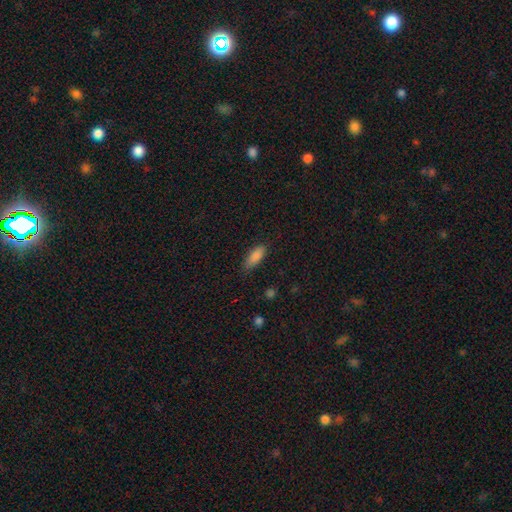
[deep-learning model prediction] Q: Smooth or featured?
A: smooth (86%); runner-up: star or artifact (8%)
Q: How rounded?
A: in between (71%); runner-up: cigar-shaped (27%)
Q: Merging?
A: none (78%); runner-up: minor disturbance (17%)